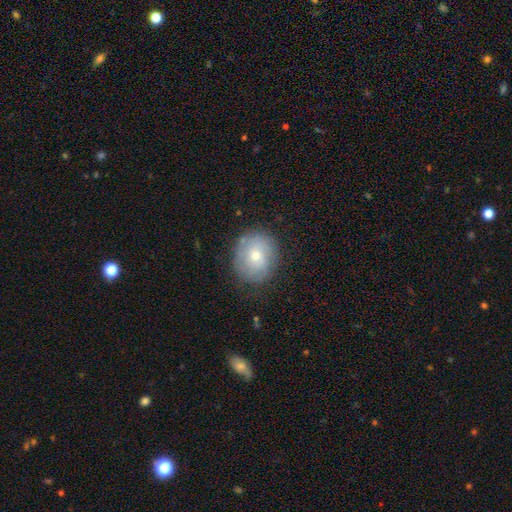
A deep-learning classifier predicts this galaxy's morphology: smooth-or-featured: smooth: 58% | featured or disk: 34% | star or artifact: 9%
  how-rounded: round: 74% | in between: 25% | cigar-shaped: 1%
  merging: none: 78% | minor disturbance: 16% | major disturbance: 5% | merger: 1%